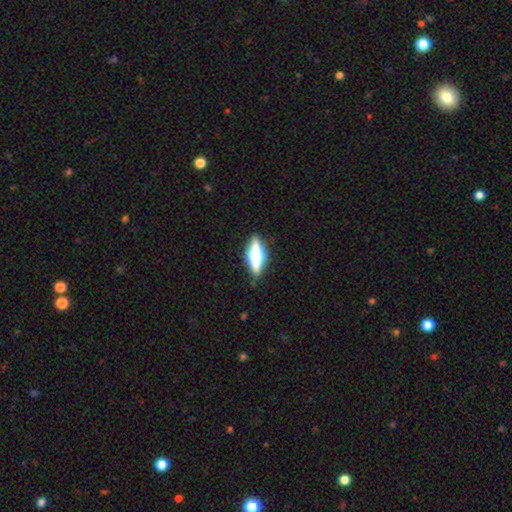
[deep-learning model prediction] smooth_or_featured: featured or disk (p=0.61) [alt: smooth p=0.31]
disk_edge_on: yes (p=0.91) [alt: no p=0.09]
edge_on_bulge: rounded (p=0.90) [alt: boxy p=0.07]
merging: none (p=0.84) [alt: minor disturbance p=0.11]